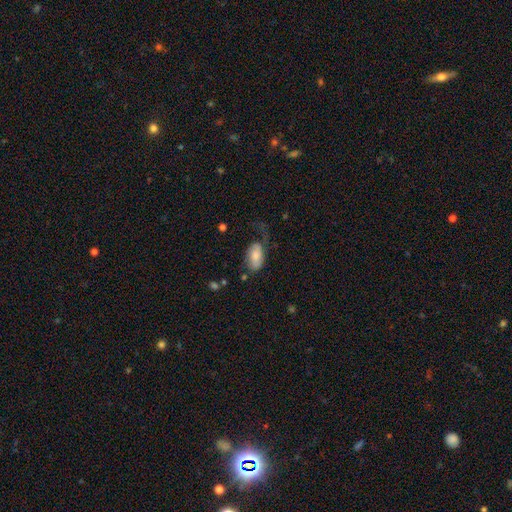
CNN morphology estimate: smooth-or-featured: smooth: 72% | featured or disk: 21% | star or artifact: 7%
  how-rounded: in between: 94% | round: 4% | cigar-shaped: 3%
  merging: none: 39% | major disturbance: 30% | minor disturbance: 28% | merger: 3%